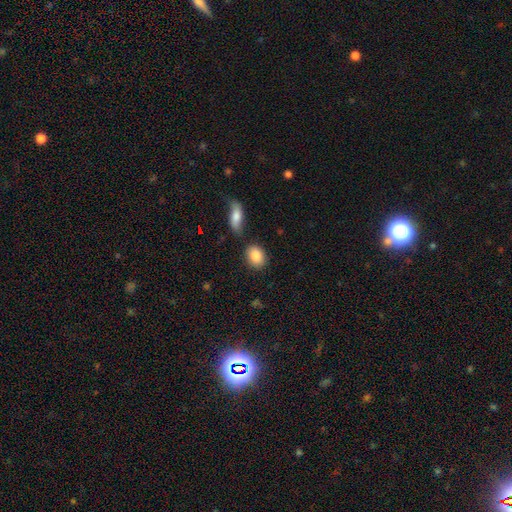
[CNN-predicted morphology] Smooth or featured: smooth — 86% (featured or disk — 7%)
How rounded: in between — 65% (round — 33%)
Merging: none — 75% (minor disturbance — 11%)